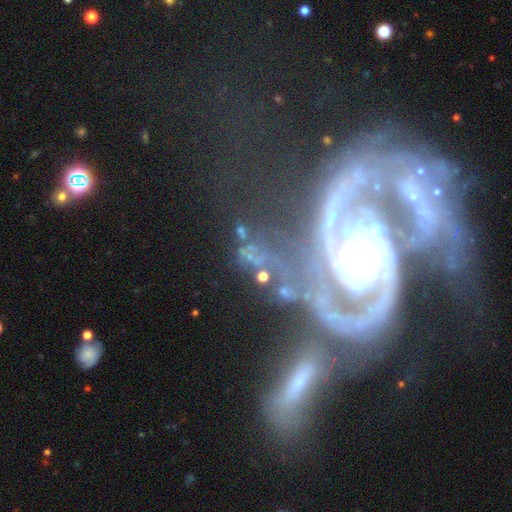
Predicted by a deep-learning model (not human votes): A featured or disk galaxy (78%) with no bar (49%), 2 (53%) tight (48%) spiral arms (91%) and a moderate central bulge (57%). Merging: none (43%).